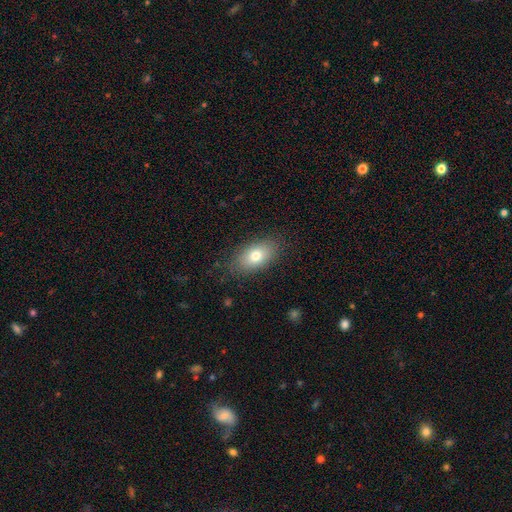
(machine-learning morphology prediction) smooth 76%, featured or disk 15%, star or artifact 9%. Down the decision tree: how rounded — in between (89%); merging — none (83%).